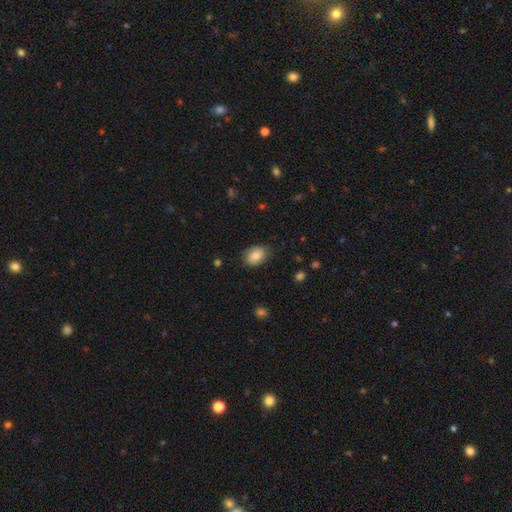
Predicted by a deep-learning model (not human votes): Morphology: type=smooth (83%); roundness=in between (75%); merging=none (80%).